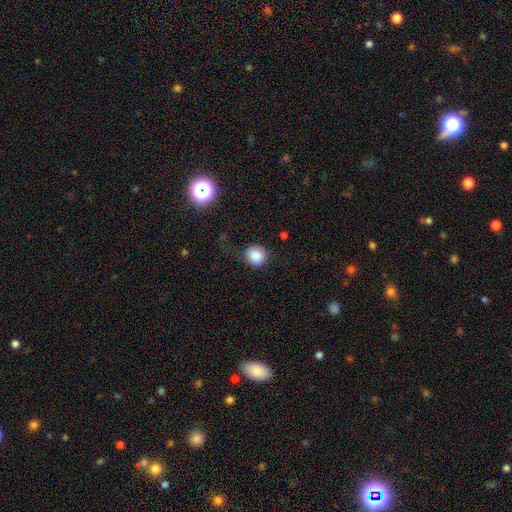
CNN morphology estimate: Smooth or featured: smooth — 85% (star or artifact — 10%)
How rounded: round — 89% (in between — 10%)
Merging: none — 73% (minor disturbance — 17%)